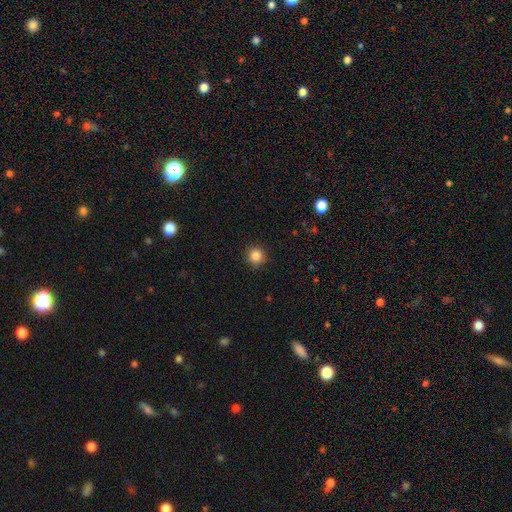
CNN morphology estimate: smooth 85%, star or artifact 11%, featured or disk 4%. Down the decision tree: how rounded — round (94%); merging — none (90%).